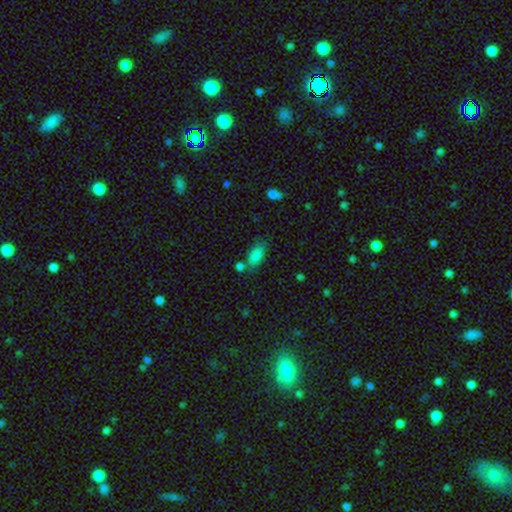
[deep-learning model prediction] smooth_or_featured: smooth (p=0.85) [alt: star or artifact p=0.09]
how_rounded: in between (p=0.88) [alt: cigar-shaped p=0.08]
merging: none (p=0.59) [alt: minor disturbance p=0.21]